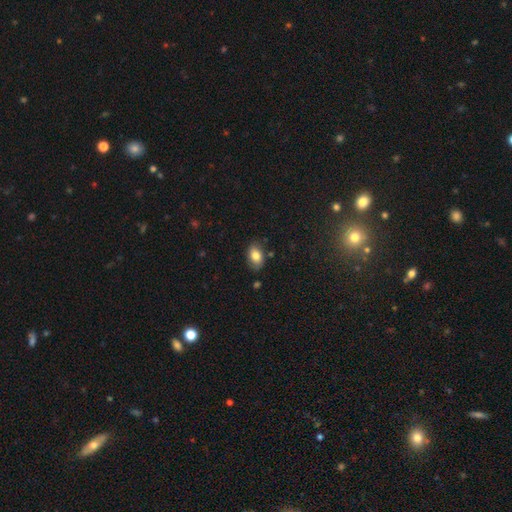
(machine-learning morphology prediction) Overall: smooth (79%). How rounded: in between (88%). Merging: none (79%).